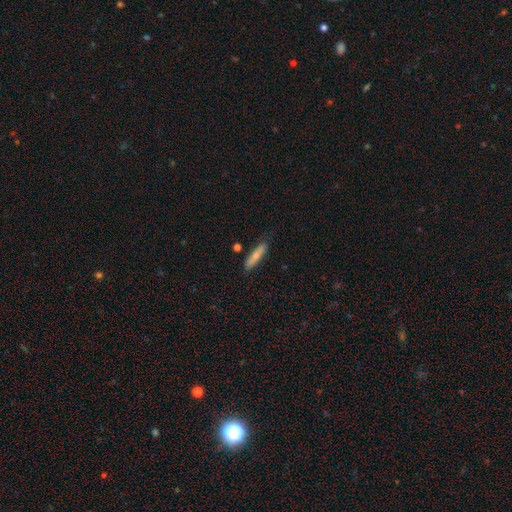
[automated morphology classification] This is likely a smooth galaxy (73%). How rounded: likely cigar-shaped (77%). Merging: clearly none (80%).